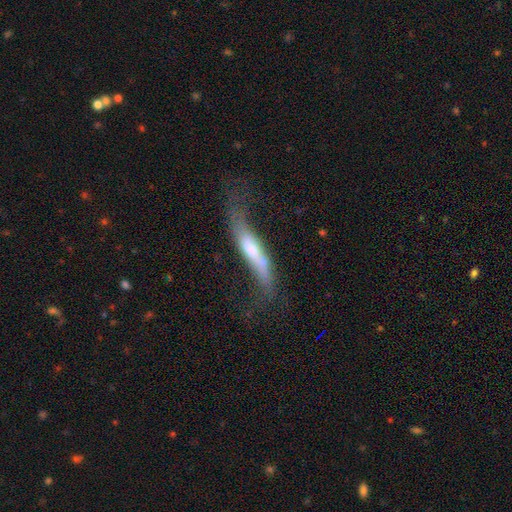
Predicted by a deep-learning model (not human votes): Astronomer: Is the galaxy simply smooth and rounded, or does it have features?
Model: featured or disk — 64%.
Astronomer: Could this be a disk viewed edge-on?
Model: yes — 56% (runner-up: no, 44%).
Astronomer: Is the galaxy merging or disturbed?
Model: none — 40% (runner-up: minor disturbance, 26%).